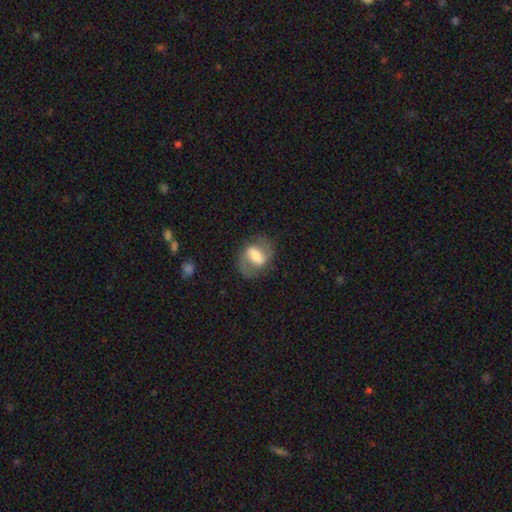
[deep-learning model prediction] Q: Smooth or featured?
A: featured or disk (62%); runner-up: smooth (30%)
Q: Edge-on disk?
A: no (96%); runner-up: yes (4%)
Q: Bar?
A: strong (44%); runner-up: weak (40%)
Q: Spiral arms?
A: yes (82%); runner-up: no (18%)
Q: Bulge size?
A: moderate (36%); runner-up: large (34%)
Q: Merging?
A: none (70%); runner-up: minor disturbance (17%)